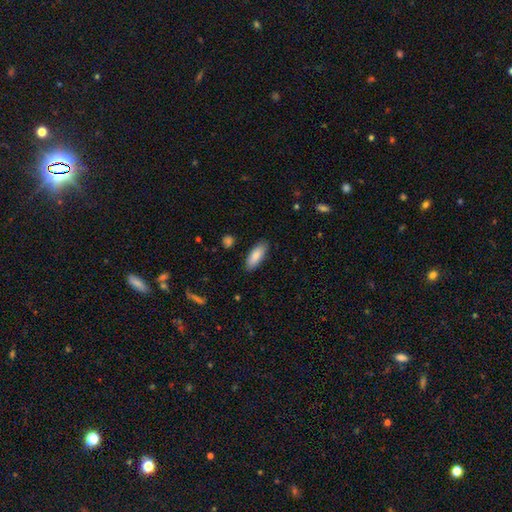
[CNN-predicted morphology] Overall: smooth (86%). How rounded: in between (71%). Merging: none (87%).